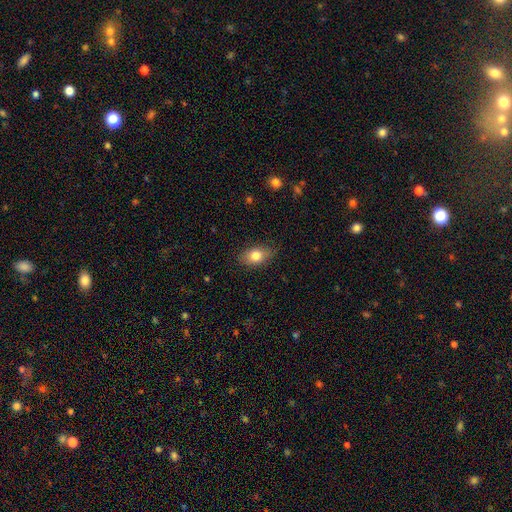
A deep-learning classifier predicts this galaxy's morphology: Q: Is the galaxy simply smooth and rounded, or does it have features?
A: smooth — 79%.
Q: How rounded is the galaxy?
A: in between — 83%.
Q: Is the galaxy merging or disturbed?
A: none — 82%.